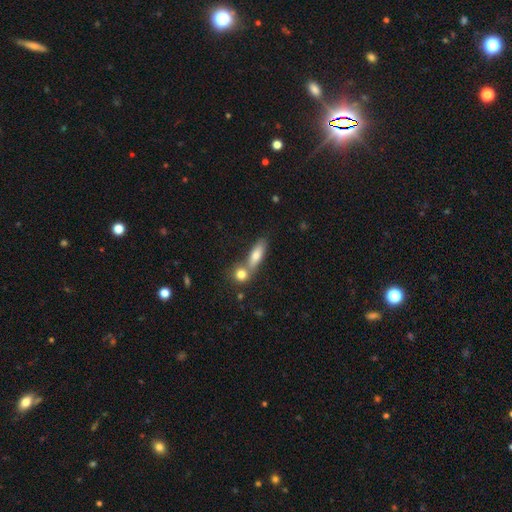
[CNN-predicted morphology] smooth_or_featured: smooth (p=0.72) [alt: featured or disk p=0.20]
how_rounded: in between (p=0.49) [alt: cigar-shaped p=0.45]
merging: none (p=0.48) [alt: merger p=0.38]